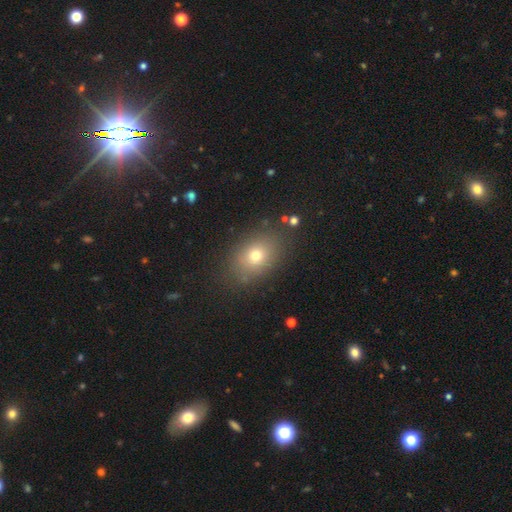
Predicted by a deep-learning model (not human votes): Smooth or featured?
  - smooth: 72% *
  - star or artifact: 14%
  - featured or disk: 14%
How rounded?
  - in between: 68% *
  - round: 30%
  - cigar-shaped: 1%
Merging?
  - none: 83% *
  - minor disturbance: 11%
  - major disturbance: 4%
  - merger: 2%